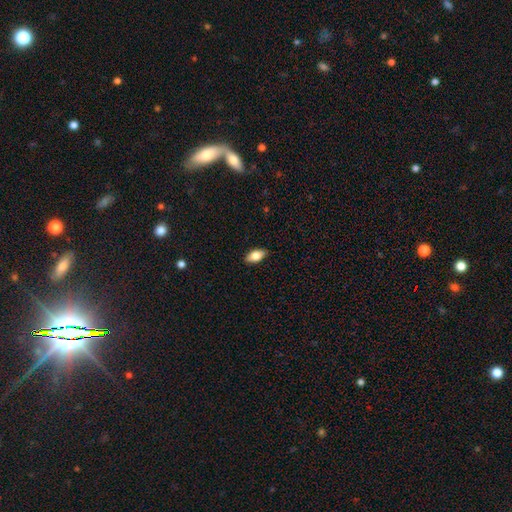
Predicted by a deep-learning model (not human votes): This appears to be a smooth galaxy with no disk features (77%) that is in between round and cigar-shaped (89%). Merging: none (88%).